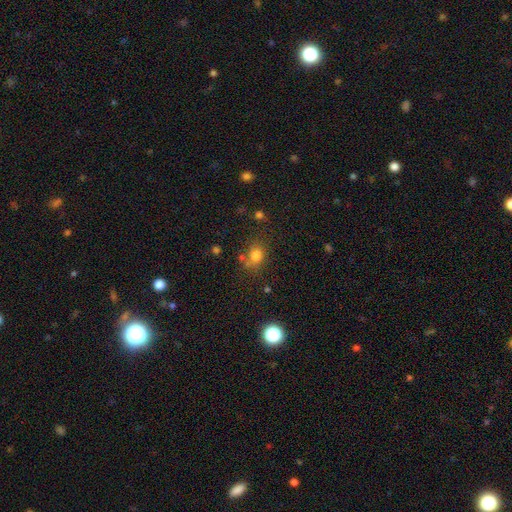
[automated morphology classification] This is likely a smooth galaxy (77%). How rounded: possibly round (60%). Merging: likely none (64%).